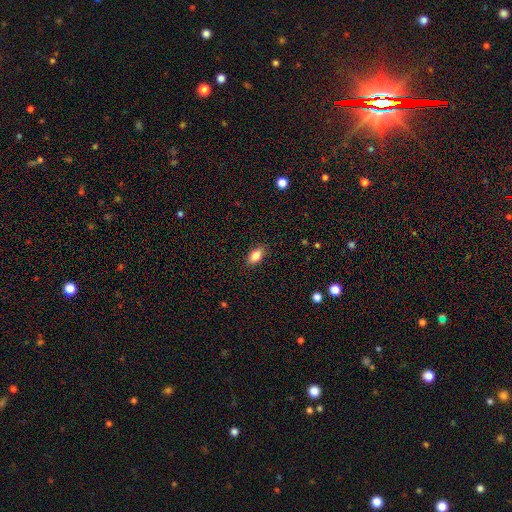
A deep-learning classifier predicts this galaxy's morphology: This is clearly a smooth galaxy (83%). How rounded: clearly in between (89%). Merging: clearly none (87%).